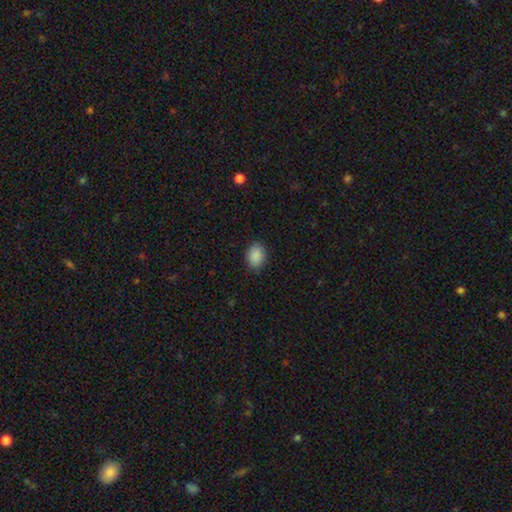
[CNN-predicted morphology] Overall: smooth (90%). How rounded: in between (75%). Merging: none (87%).